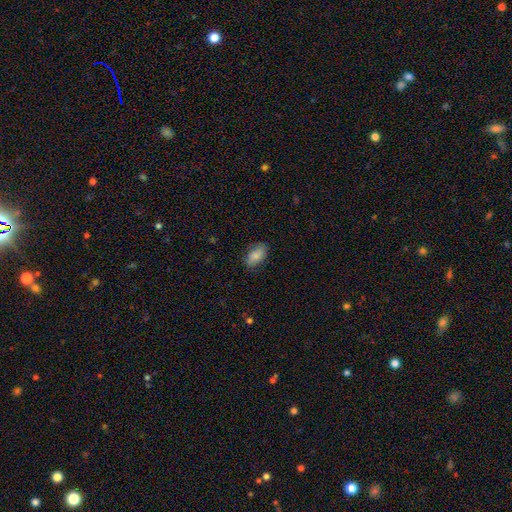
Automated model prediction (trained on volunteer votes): Morphology: type=smooth (85%); roundness=in between (91%); merging=none (82%).